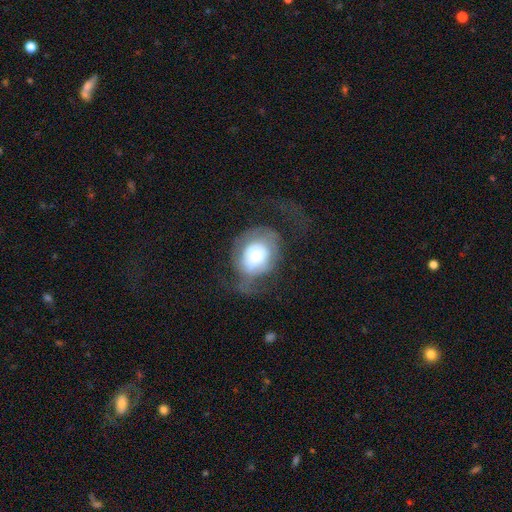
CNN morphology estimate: Q: Smooth or featured?
A: featured or disk (47%); runner-up: smooth (45%)
Q: Merging?
A: major disturbance (40%); runner-up: none (37%)